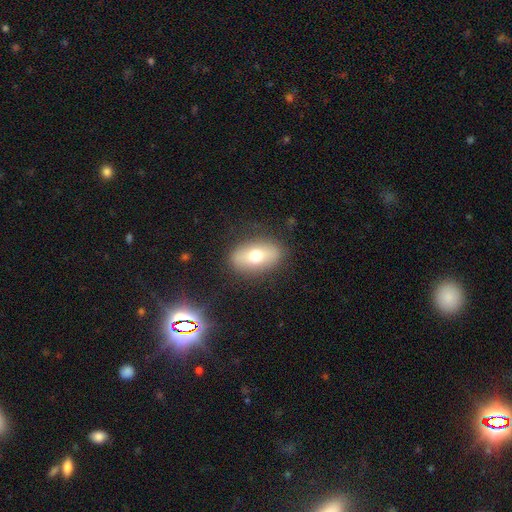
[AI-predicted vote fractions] The model was most divided on "smooth or featured": smooth: 62%, featured or disk: 30%, star or artifact: 8%. More confident: how rounded — in between (86%); merging — none (84%).